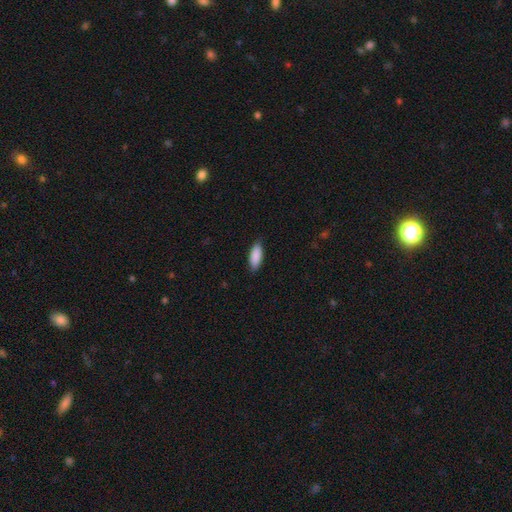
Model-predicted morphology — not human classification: A smooth galaxy with no disk features (89%) that is in between round and cigar-shaped (74%).

Vote fractions:
- Smooth or featured? smooth: 89% / star or artifact: 6% / featured or disk: 5%
- How rounded? in between: 74% / cigar-shaped: 24% / round: 2%
- Merging? none: 86% / minor disturbance: 11% / major disturbance: 2% / merger: 1%